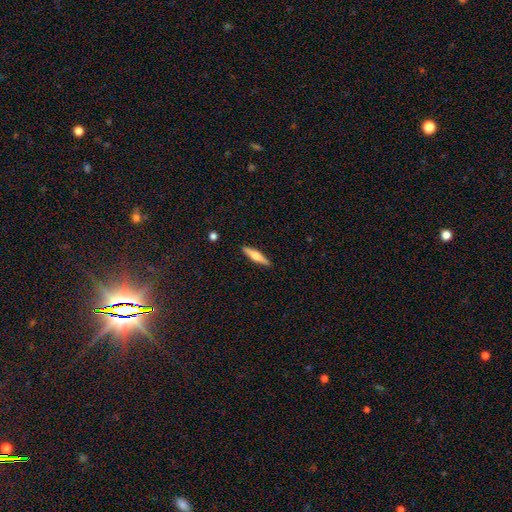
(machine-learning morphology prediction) smooth-or-featured: smooth: 48% | featured or disk: 46% | star or artifact: 6%
  merging: none: 90% | minor disturbance: 7% | major disturbance: 2% | merger: 1%